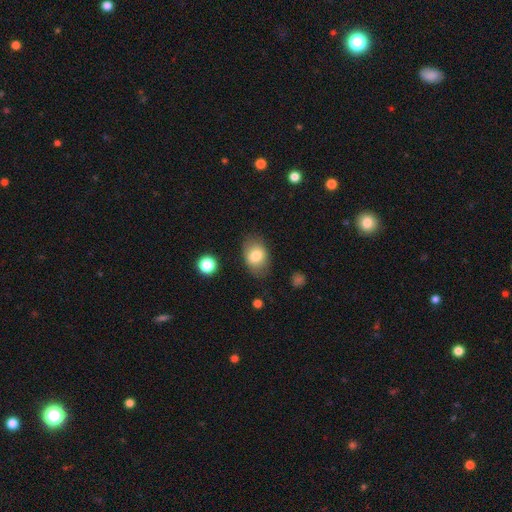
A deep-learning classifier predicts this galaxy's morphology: Q: Smooth or featured?
A: smooth (79%); runner-up: featured or disk (13%)
Q: How rounded?
A: in between (78%); runner-up: round (21%)
Q: Merging?
A: none (78%); runner-up: minor disturbance (16%)